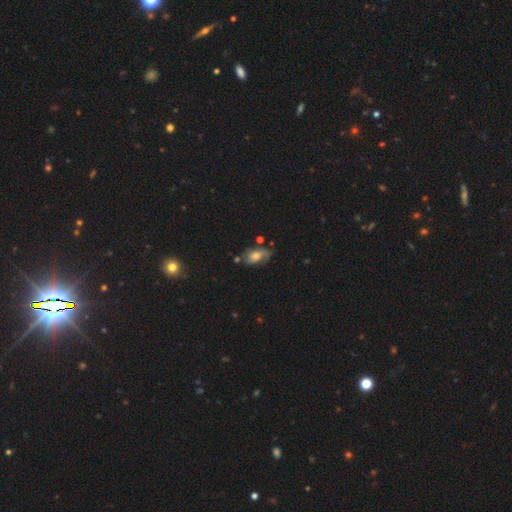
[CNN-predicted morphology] Smooth or featured? smooth (46%)
Merging? none (54%)